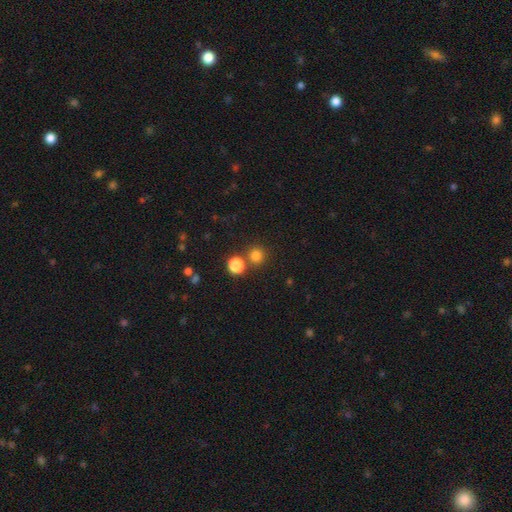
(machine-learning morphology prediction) A smooth galaxy with no disk features (79%) that is round (93%). Merging: none (75%).